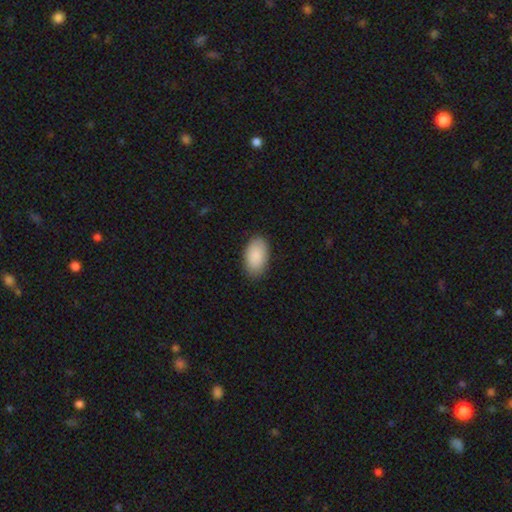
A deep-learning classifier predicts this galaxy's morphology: This appears to be a smooth galaxy with no disk features (90%) that is in between round and cigar-shaped (95%). Merging: none (84%).